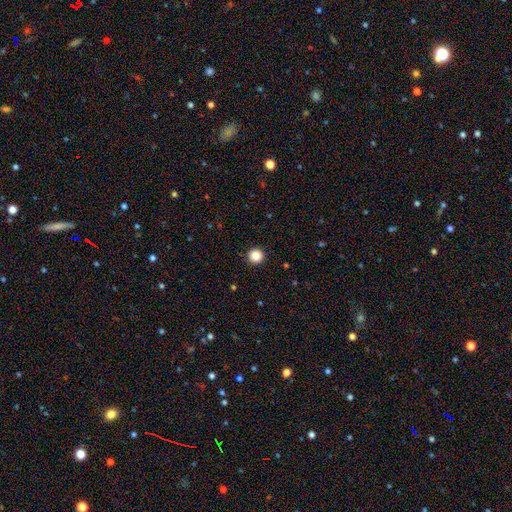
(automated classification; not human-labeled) Q: Smooth or featured?
A: smooth (85%); runner-up: star or artifact (11%)
Q: How rounded?
A: round (96%); runner-up: in between (3%)
Q: Merging?
A: none (94%); runner-up: minor disturbance (4%)